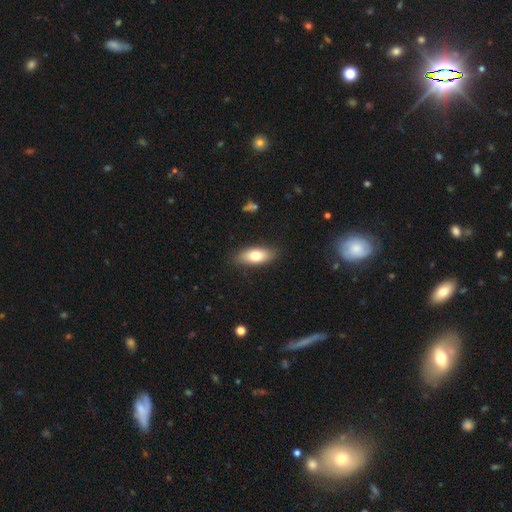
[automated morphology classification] The model was most divided on "smooth or featured": smooth: 76%, featured or disk: 18%, star or artifact: 6%. More confident: merging — none (85%); how rounded — in between (81%).